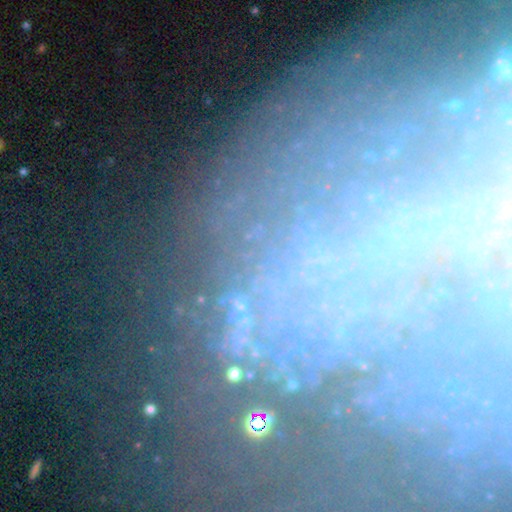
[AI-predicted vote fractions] Morphology: type=star or artifact (45%).